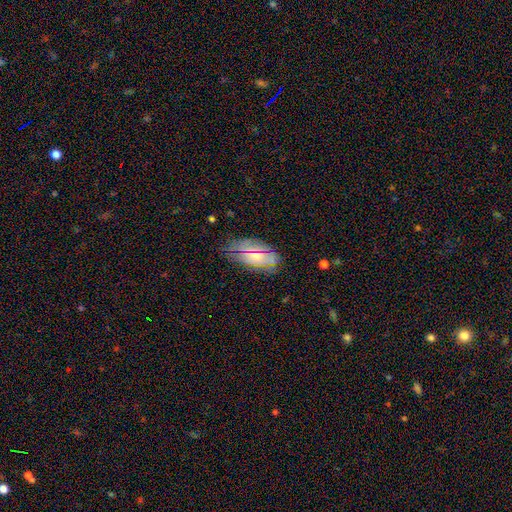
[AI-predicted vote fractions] smooth_or_featured: smooth (p=0.56) [alt: featured or disk p=0.27]
how_rounded: in between (p=0.91) [alt: round p=0.05]
merging: none (p=0.76) [alt: minor disturbance p=0.18]